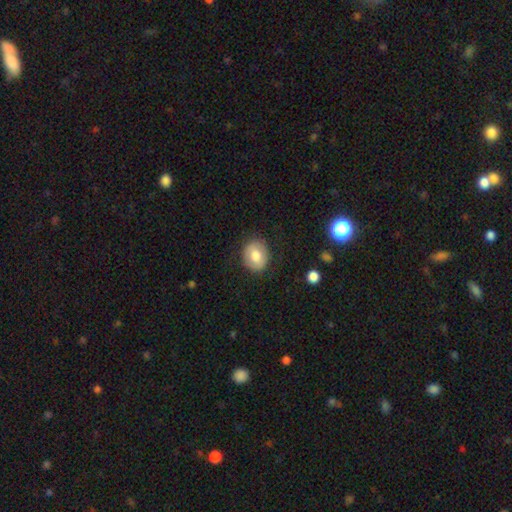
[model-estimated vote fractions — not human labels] Morphology: type=smooth (73%); roundness=round (61%); merging=none (83%).